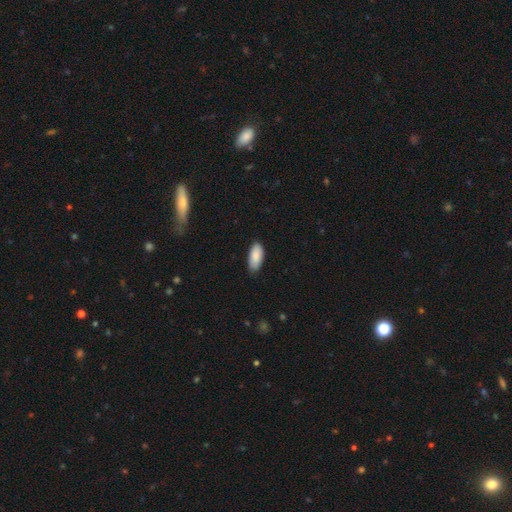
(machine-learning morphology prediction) The model was most divided on "merging": none: 78%, minor disturbance: 18%, major disturbance: 3%, merger: 1%. More confident: how rounded — in between (89%); smooth or featured — smooth (88%).